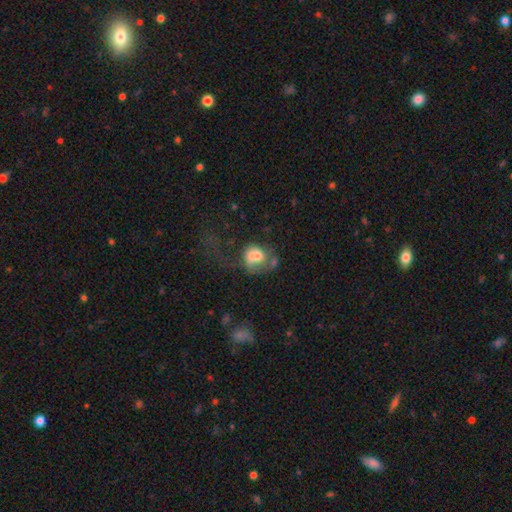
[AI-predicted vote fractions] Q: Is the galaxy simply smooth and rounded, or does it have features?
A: smooth — 65%.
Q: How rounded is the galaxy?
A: round — 60%.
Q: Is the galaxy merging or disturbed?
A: major disturbance — 39%.